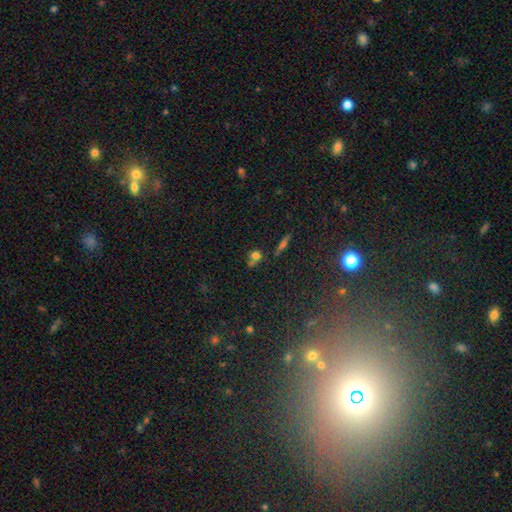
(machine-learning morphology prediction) Q: Smooth or featured?
A: smooth (67%); runner-up: star or artifact (18%)
Q: How rounded?
A: round (78%); runner-up: in between (17%)
Q: Merging?
A: none (52%); runner-up: merger (33%)